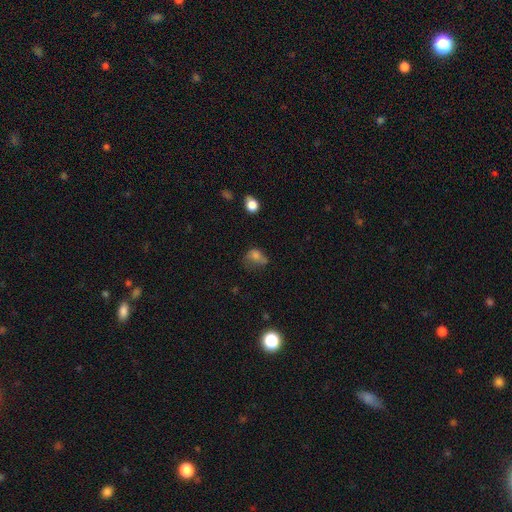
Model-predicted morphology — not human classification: Overall: smooth (66%). How rounded: in between (60%; round 38%). Merging: major disturbance (33%; minor disturbance 30%).